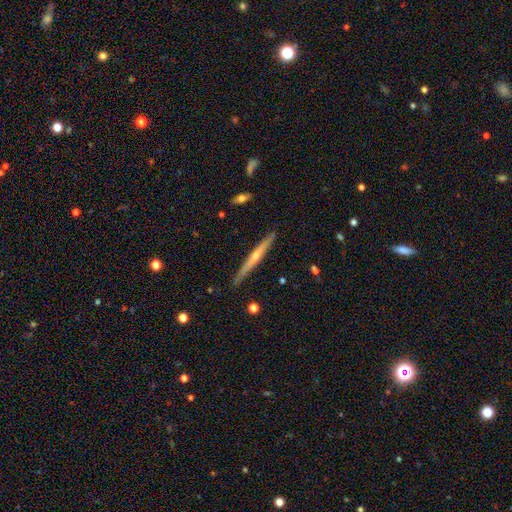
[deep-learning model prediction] This is likely a featured or disk galaxy (69%). It is clearly viewed edge-on (98%). Edge-on bulge: likely rounded (65%). Merging: clearly none (89%).